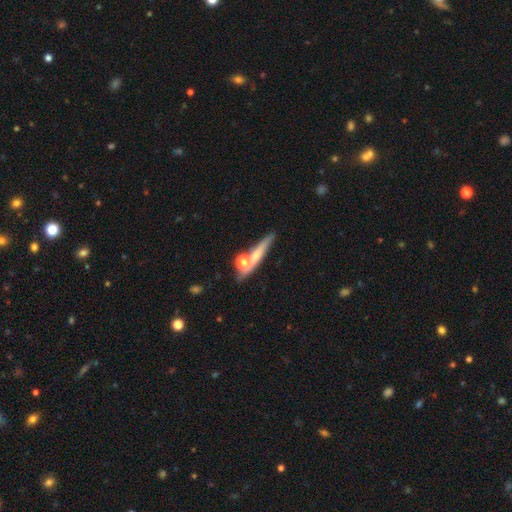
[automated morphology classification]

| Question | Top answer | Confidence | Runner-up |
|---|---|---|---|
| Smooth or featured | smooth | 49% | featured or disk (40%) |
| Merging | none | 58% | merger (23%) |